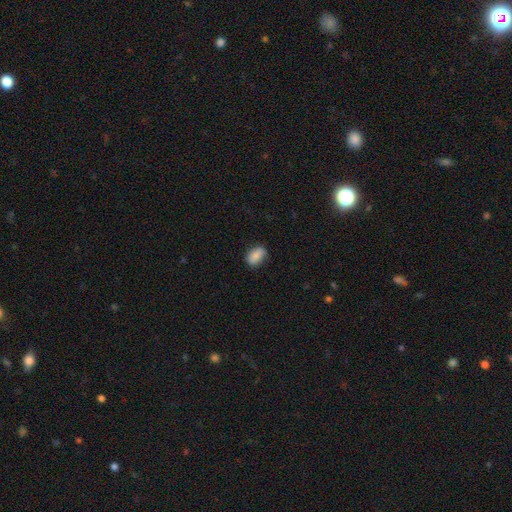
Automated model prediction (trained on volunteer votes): Smooth or featured? Predicted: smooth (p=0.82). How rounded? Predicted: in between (p=0.88). Merging? Predicted: none (p=0.79).